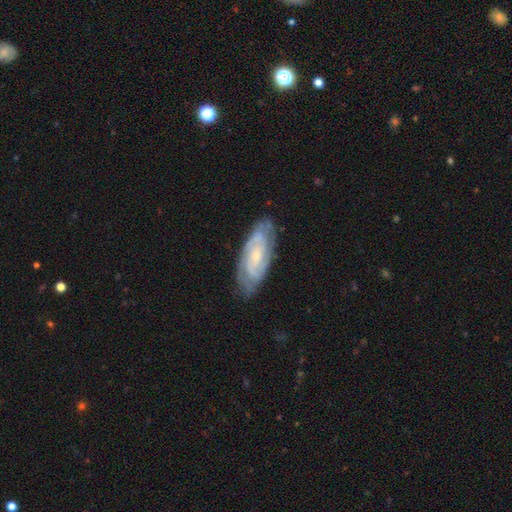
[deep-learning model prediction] Smooth or featured?
  - featured or disk: 80% *
  - smooth: 14%
  - star or artifact: 6%
Edge-on disk?
  - no: 92% *
  - yes: 8%
Bar?
  - no: 58% *
  - weak: 34%
  - strong: 8%
Spiral arms?
  - yes: 94% *
  - no: 6%
Spiral winding?
  - tight: 65% *
  - medium: 29%
  - loose: 6%
Spiral arm count?
  - 2: 44% *
  - can't tell: 30%
  - 3: 13%
  - 4: 5%
  - 1: 3%
  - more than 4: 3%
Bulge size?
  - small: 66% *
  - moderate: 26%
  - none: 5%
  - large: 2%
  - dominant: 1%
Merging?
  - none: 77% *
  - minor disturbance: 18%
  - major disturbance: 4%
  - merger: 1%